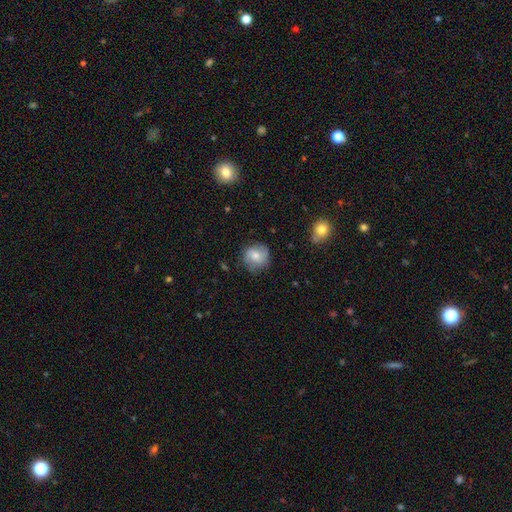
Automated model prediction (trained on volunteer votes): Smooth or featured? smooth (49%)
Merging? none (76%)